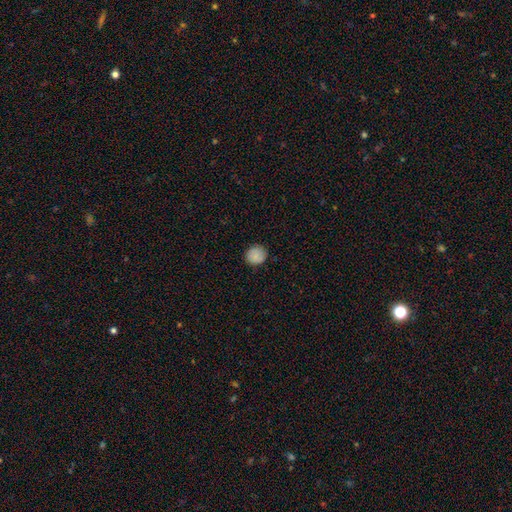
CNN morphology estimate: Smooth or featured?
  - smooth: 87% *
  - star or artifact: 8%
  - featured or disk: 5%
How rounded?
  - round: 89% *
  - in between: 10%
  - cigar-shaped: 1%
Merging?
  - none: 88% *
  - minor disturbance: 9%
  - major disturbance: 2%
  - merger: 1%